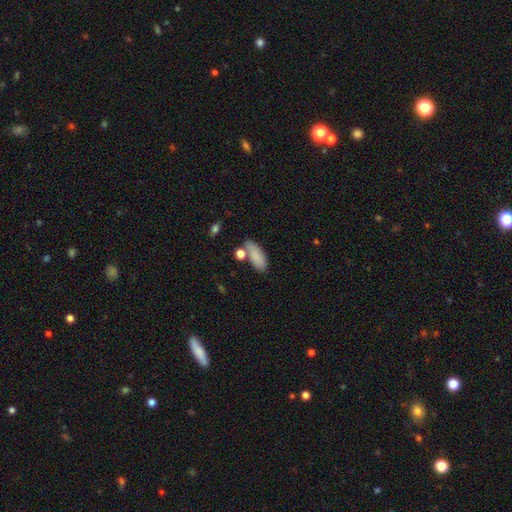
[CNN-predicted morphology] type=smooth (84%); roundness=in between (81%); merging=none (62%).